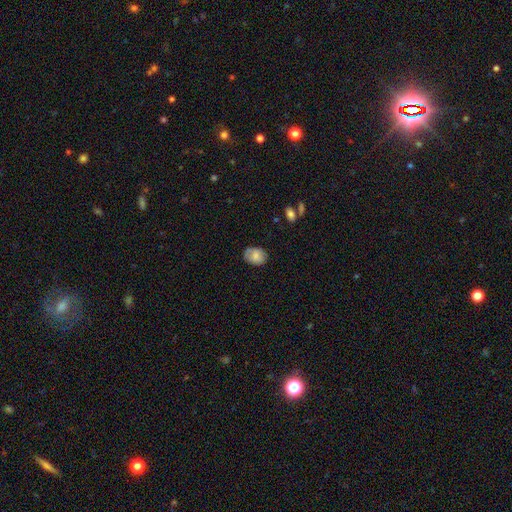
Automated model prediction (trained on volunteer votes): Overall: smooth (76%). How rounded: in between (69%; round 30%). Merging: none (73%).